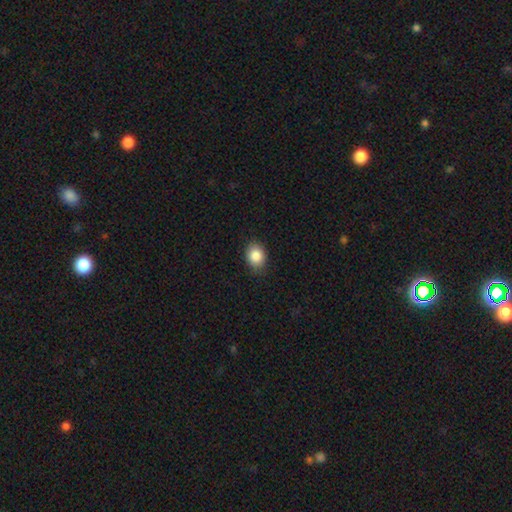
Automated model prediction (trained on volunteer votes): This appears to be a smooth galaxy with no disk features (86%) that is in between round and cigar-shaped (54%). Merging: none (86%).